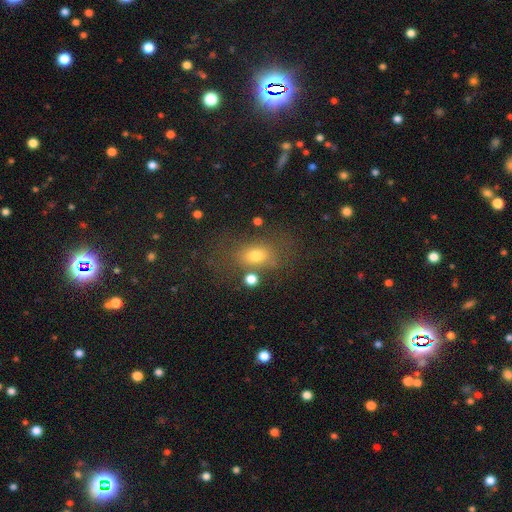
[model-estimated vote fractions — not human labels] Morphology: type=smooth (69%); roundness=in between (74%); merging=none (62%).